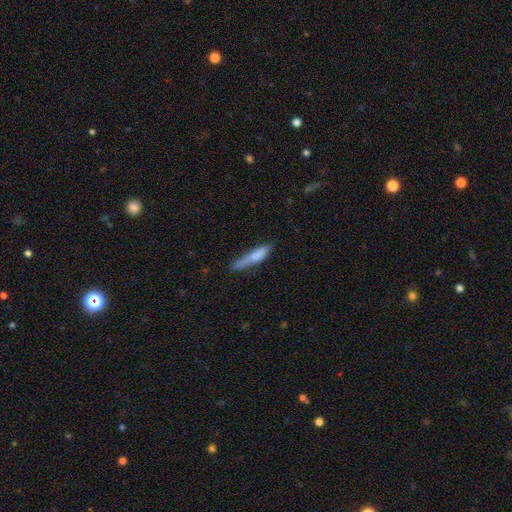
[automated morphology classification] smooth-or-featured: smooth: 73% | featured or disk: 20% | star or artifact: 7%
  how-rounded: cigar-shaped: 85% | in between: 13% | round: 2%
  merging: none: 56% | minor disturbance: 29% | major disturbance: 9% | merger: 6%